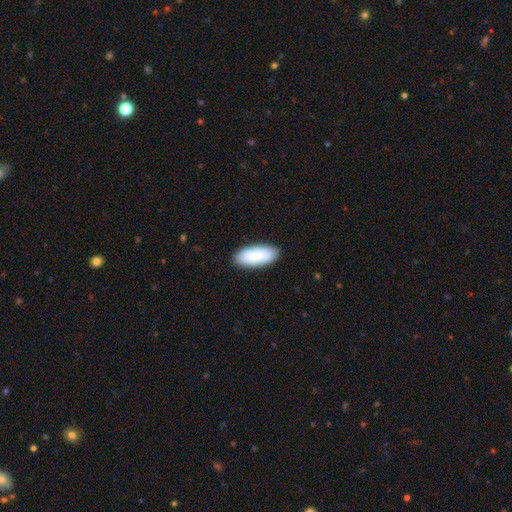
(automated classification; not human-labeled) Smooth or featured?
  - smooth: 87% *
  - featured or disk: 8%
  - star or artifact: 6%
How rounded?
  - in between: 84% *
  - cigar-shaped: 14%
  - round: 2%
Merging?
  - none: 88% *
  - minor disturbance: 9%
  - major disturbance: 2%
  - merger: 1%